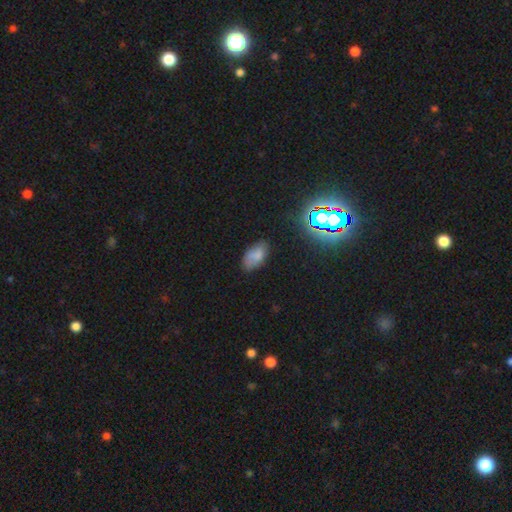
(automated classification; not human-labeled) A smooth galaxy with no disk features (73%) that is in between round and cigar-shaped (94%). Merging: none (73%).